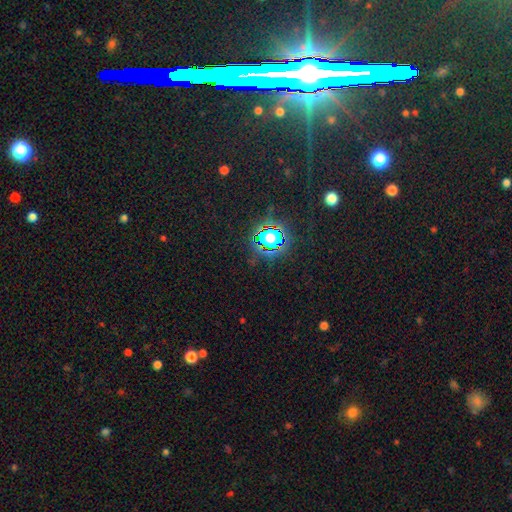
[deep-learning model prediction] A star or artifact, not a galaxy (78%).